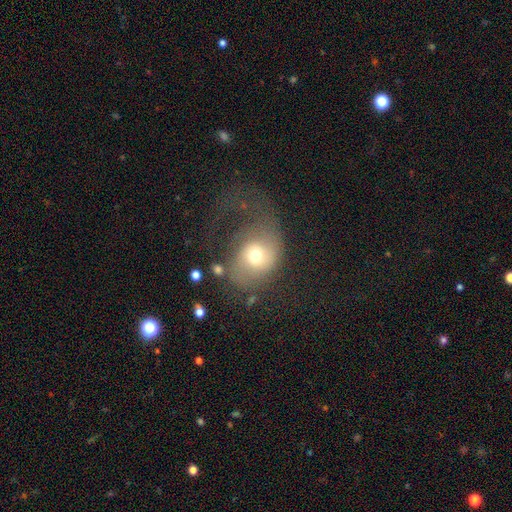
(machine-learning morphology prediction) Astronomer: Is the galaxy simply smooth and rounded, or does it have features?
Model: smooth — 54% (runner-up: featured or disk, 36%).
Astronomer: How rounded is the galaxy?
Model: round — 53% (runner-up: in between, 46%).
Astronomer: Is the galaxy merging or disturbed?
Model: major disturbance — 51% (runner-up: none, 29%).